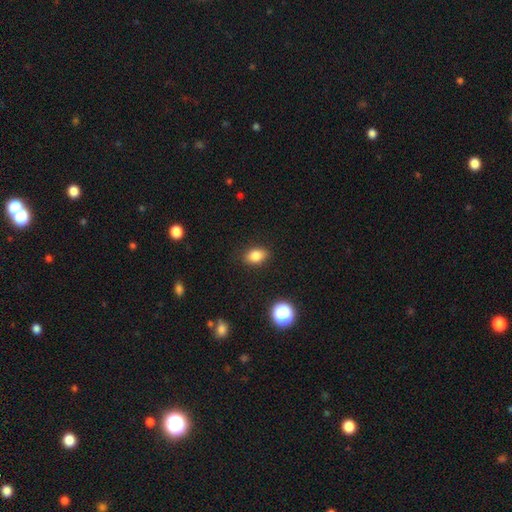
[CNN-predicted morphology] This appears to be a smooth galaxy with no disk features (83%) that is in between round and cigar-shaped (77%). Merging: none (87%).